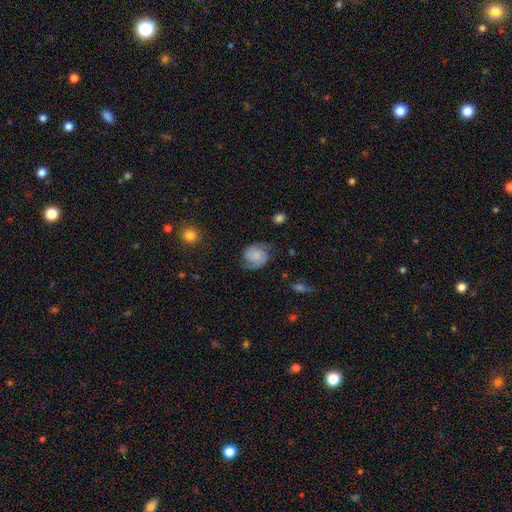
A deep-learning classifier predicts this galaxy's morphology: Smooth or featured? featured or disk (53%)
Edge-on disk? no (97%)
Bar? no (69%)
Spiral arms? yes (92%)
Bulge size? small (37%)
Merging? none (65%)